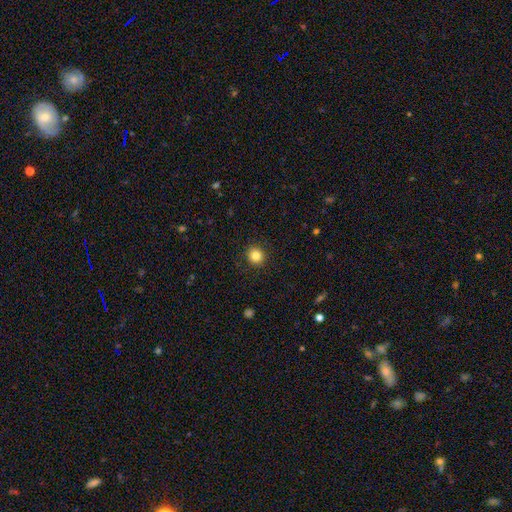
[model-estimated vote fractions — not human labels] Smooth or featured? smooth (84%)
How rounded? round (91%)
Merging? none (92%)